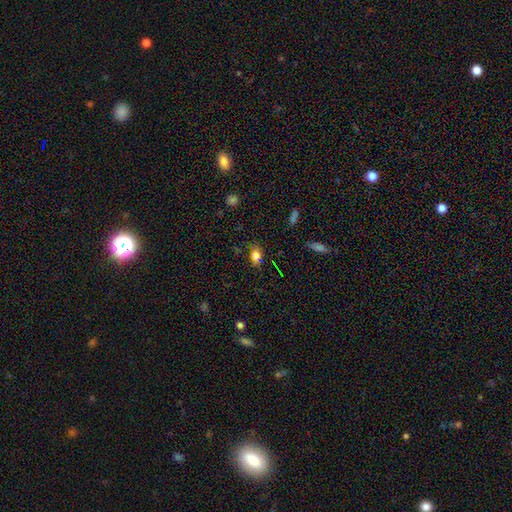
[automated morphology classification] Smooth or featured? smooth (68%)
How rounded? in between (70%)
Merging? none (73%)